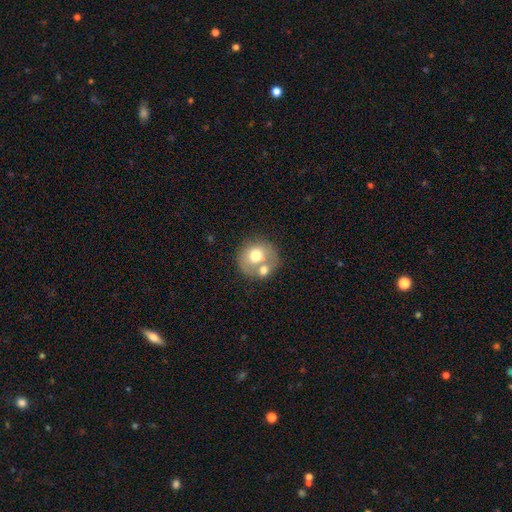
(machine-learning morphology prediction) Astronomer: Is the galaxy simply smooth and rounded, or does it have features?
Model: smooth — 64%.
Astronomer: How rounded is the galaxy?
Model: round — 78%.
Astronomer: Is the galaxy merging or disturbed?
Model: none — 42% (runner-up: merger, 40%).